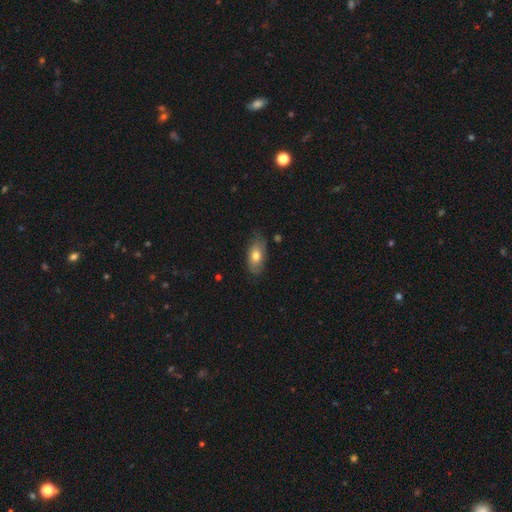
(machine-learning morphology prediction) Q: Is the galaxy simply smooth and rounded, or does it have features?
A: smooth — 70%.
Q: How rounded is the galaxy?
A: in between — 90%.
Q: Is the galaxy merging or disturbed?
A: none — 69%.